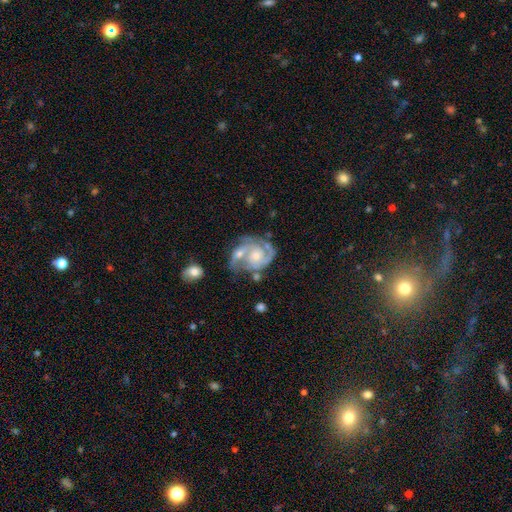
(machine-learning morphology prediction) Smooth or featured? Predicted: featured or disk (p=0.86). Edge-on disk? Predicted: no (p=0.98). Bar? Predicted: no (p=0.72). Spiral arms? Predicted: yes (p=0.95). Spiral winding? Predicted: tight (p=0.52). Spiral arm count? Predicted: 2 (p=0.59). Bulge size? Predicted: small (p=0.47). Merging? Predicted: none (p=0.36).